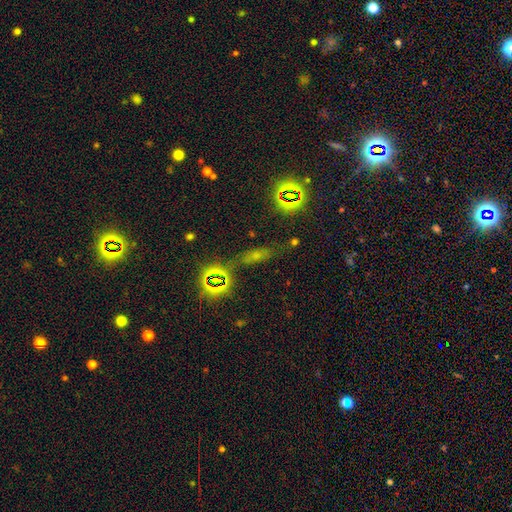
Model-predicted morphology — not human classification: smooth-or-featured: smooth: 45% | star or artifact: 40% | featured or disk: 15%
  merging: none: 68% | minor disturbance: 17% | major disturbance: 8% | merger: 7%